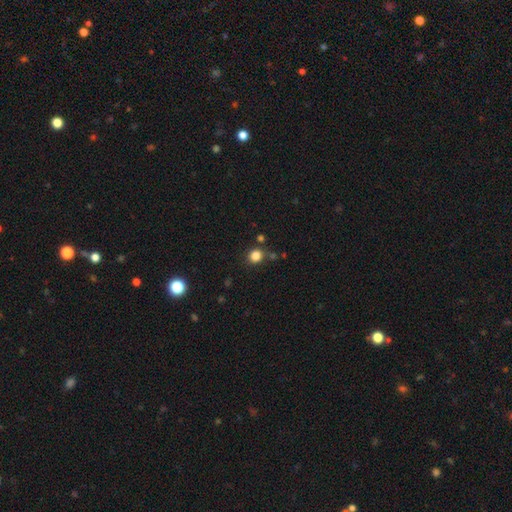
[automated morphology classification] Overall: smooth (83%). How rounded: round (81%). Merging: none (80%).